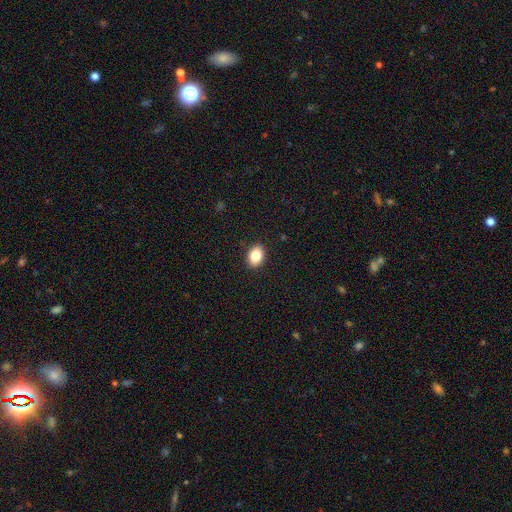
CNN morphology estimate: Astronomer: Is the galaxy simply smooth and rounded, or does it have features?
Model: smooth — 86%.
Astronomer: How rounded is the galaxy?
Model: in between — 74%.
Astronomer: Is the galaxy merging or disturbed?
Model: none — 90%.